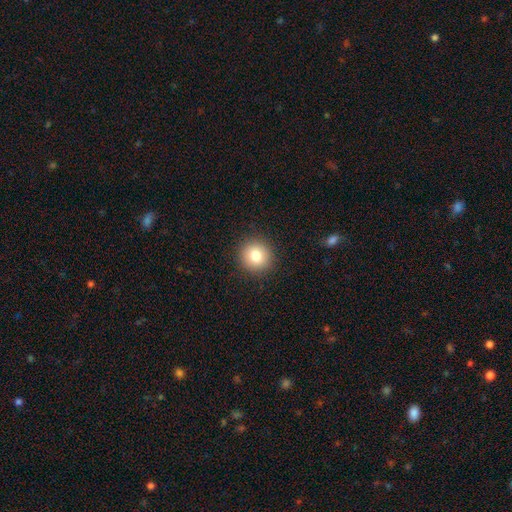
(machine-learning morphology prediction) smooth-or-featured: smooth: 81% | star or artifact: 10% | featured or disk: 9%
  how-rounded: round: 93% | in between: 6% | cigar-shaped: 1%
  merging: none: 91% | minor disturbance: 6% | major disturbance: 2% | merger: 1%